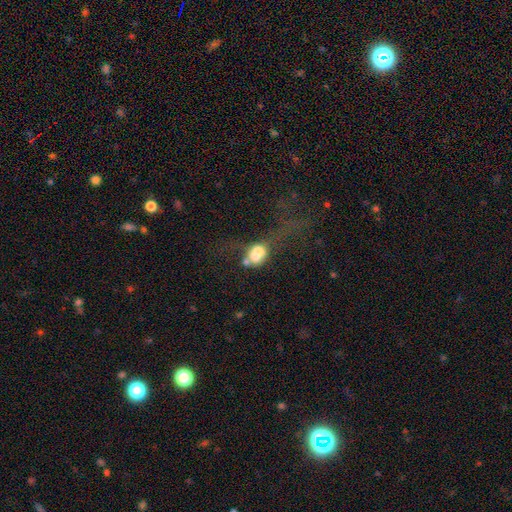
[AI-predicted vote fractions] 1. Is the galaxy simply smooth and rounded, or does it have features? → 61% smooth, 27% featured or disk, 13% star or artifact.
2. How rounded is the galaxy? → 67% in between, 30% round, 3% cigar-shaped.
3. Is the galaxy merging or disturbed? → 41% merger, 30% major disturbance, 17% none, 12% minor disturbance.